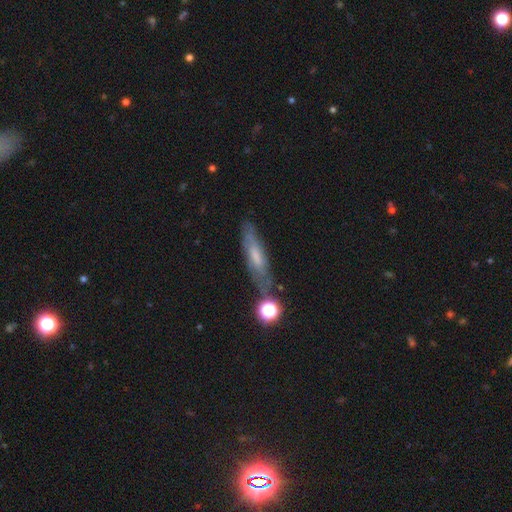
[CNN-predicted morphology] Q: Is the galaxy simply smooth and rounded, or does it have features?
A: featured or disk — 49%.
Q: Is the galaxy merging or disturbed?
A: none — 67%.